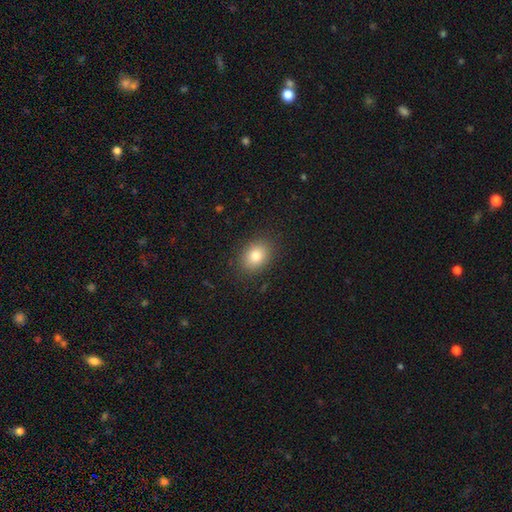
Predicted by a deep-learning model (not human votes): A smooth galaxy with no disk features (81%) that is in between round and cigar-shaped (62%).

Vote fractions:
- Smooth or featured? smooth: 81% / star or artifact: 10% / featured or disk: 9%
- How rounded? in between: 62% / round: 37% / cigar-shaped: 1%
- Merging? none: 87% / minor disturbance: 9% / major disturbance: 3% / merger: 1%